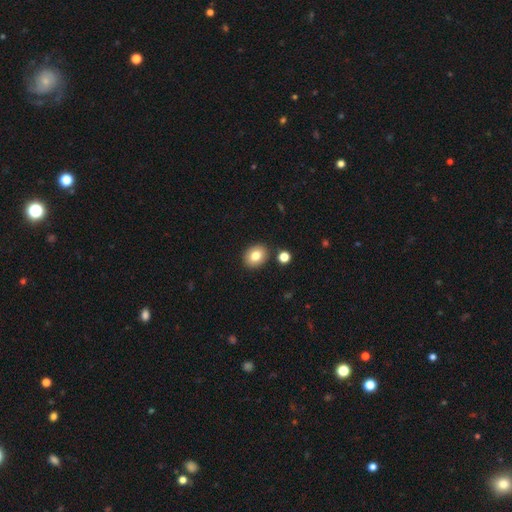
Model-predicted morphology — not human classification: A smooth galaxy with no disk features (81%) that is round (51%). Merging: none (87%).